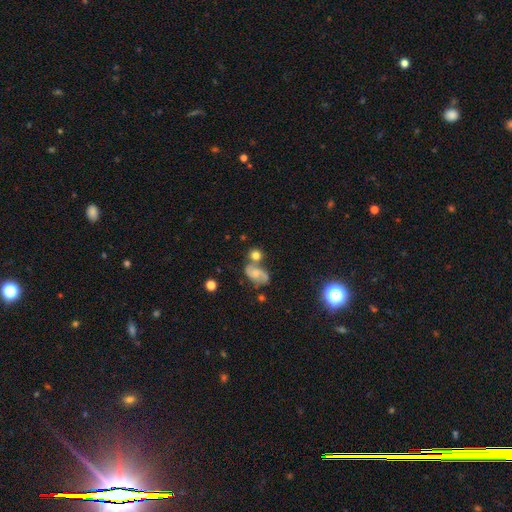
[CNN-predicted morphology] smooth_or_featured: smooth (p=0.59) [alt: featured or disk p=0.28]
how_rounded: round (p=0.69) [alt: in between p=0.28]
merging: none (p=0.50) [alt: merger p=0.31]